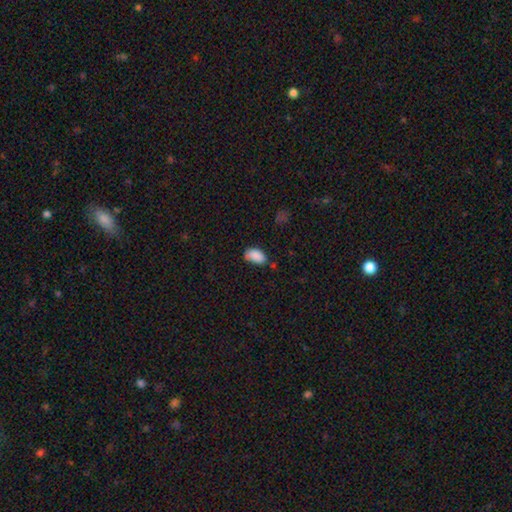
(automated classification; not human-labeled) smooth 88%, star or artifact 8%, featured or disk 5%. Down the decision tree: how rounded — in between (92%); merging — none (59%).